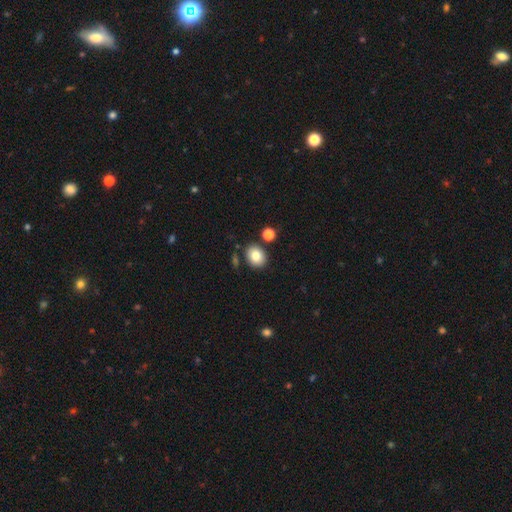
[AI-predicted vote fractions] A smooth galaxy with no disk features (81%) that is round (52%). Merging: none (81%).